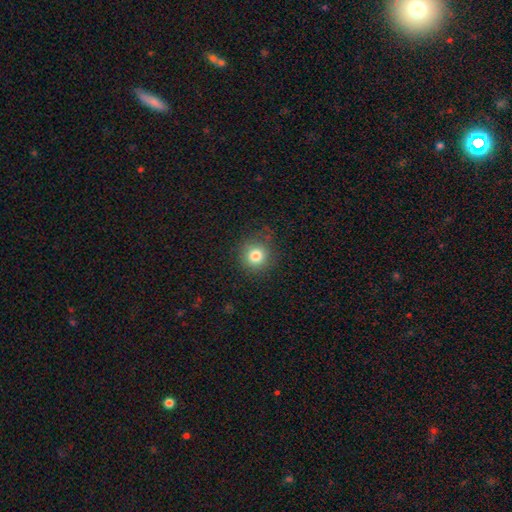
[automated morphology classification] Smooth or featured? Predicted: smooth (p=0.80). How rounded? Predicted: round (p=0.92). Merging? Predicted: none (p=0.85).